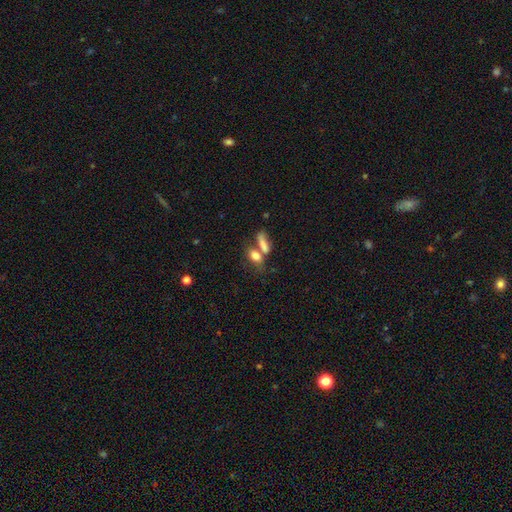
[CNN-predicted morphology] Smooth or featured? Predicted: smooth (p=0.77). How rounded? Predicted: in between (p=0.70). Merging? Predicted: merger (p=0.46).